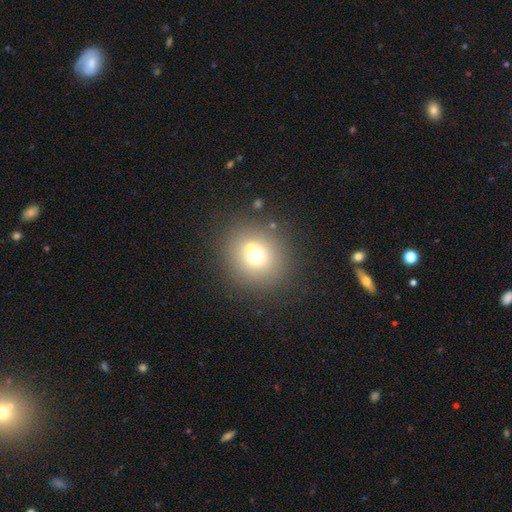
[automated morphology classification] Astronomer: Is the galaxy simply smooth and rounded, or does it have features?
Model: smooth — 67%.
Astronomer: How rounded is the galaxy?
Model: round — 89%.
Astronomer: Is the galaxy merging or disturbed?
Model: none — 73%.